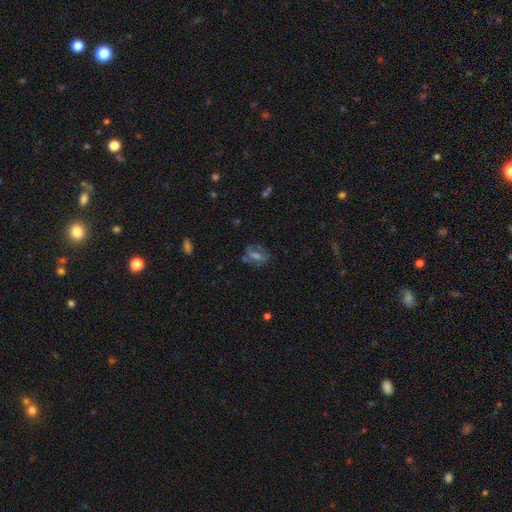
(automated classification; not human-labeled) Smooth or featured? Predicted: featured or disk (p=0.38). Merging? Predicted: none (p=0.70).